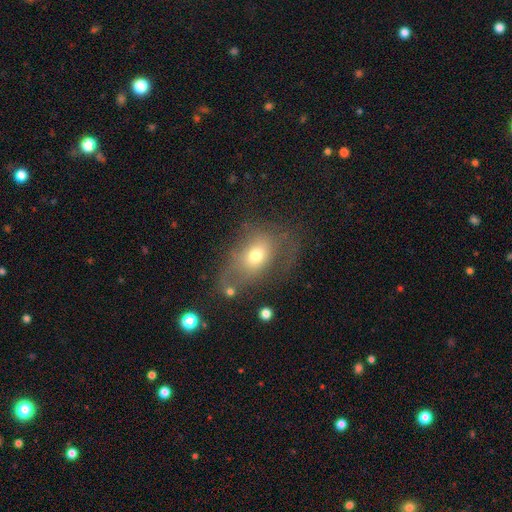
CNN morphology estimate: Smooth or featured? Predicted: smooth (p=0.61). How rounded? Predicted: in between (p=0.72). Merging? Predicted: none (p=0.40).